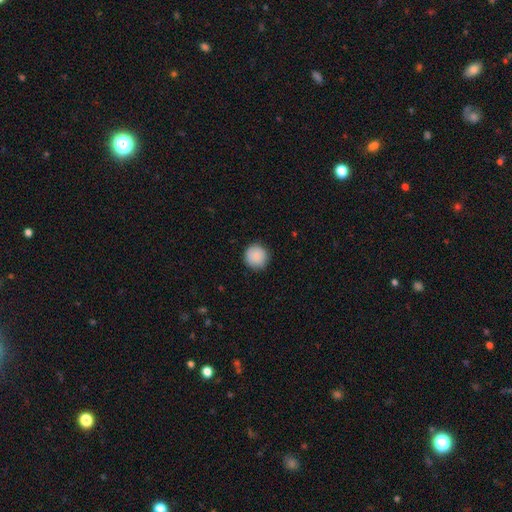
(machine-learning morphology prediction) smooth_or_featured: smooth (p=0.89) [alt: star or artifact p=0.08]
how_rounded: round (p=0.94) [alt: in between p=0.05]
merging: none (p=0.89) [alt: minor disturbance p=0.08]